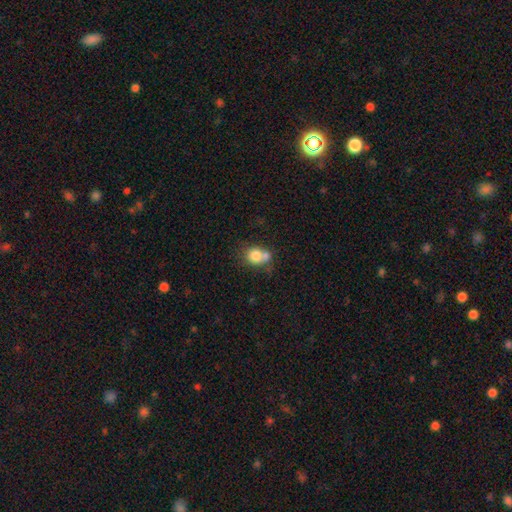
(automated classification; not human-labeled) Overall: smooth (78%). How rounded: round (69%; in between 30%). Merging: merger (49%; none 35%).